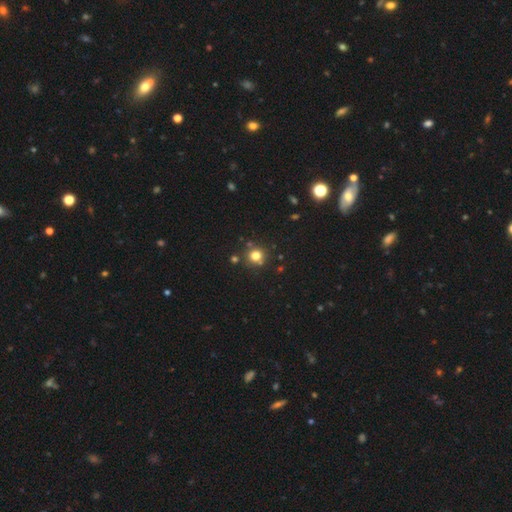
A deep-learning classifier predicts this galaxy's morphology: smooth_or_featured: smooth (p=0.76) [alt: star or artifact p=0.17]
how_rounded: round (p=0.92) [alt: in between p=0.07]
merging: none (p=0.79) [alt: merger p=0.09]